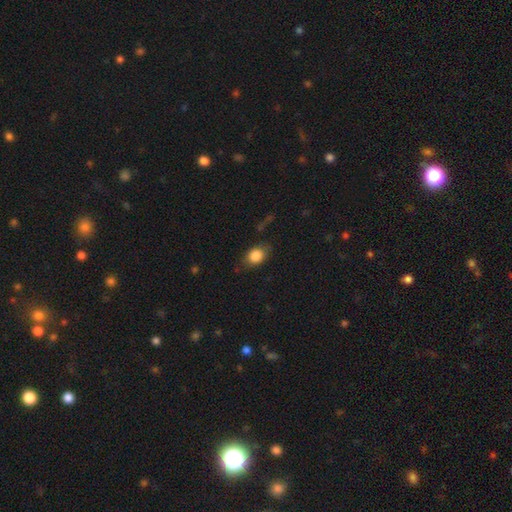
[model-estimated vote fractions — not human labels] Smooth or featured? Predicted: smooth (p=0.85). How rounded? Predicted: in between (p=0.64). Merging? Predicted: none (p=0.75).